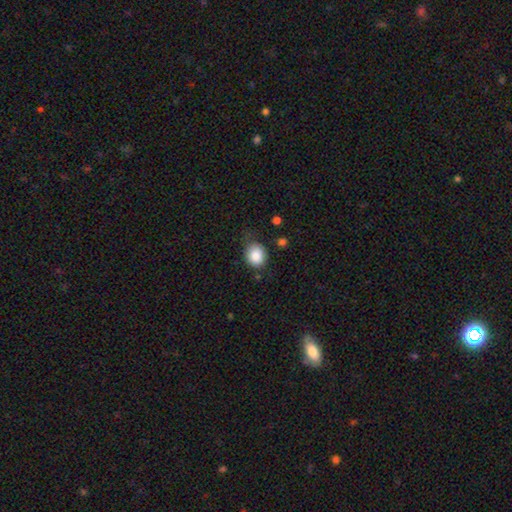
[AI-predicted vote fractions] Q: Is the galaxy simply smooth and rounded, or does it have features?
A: smooth — 85%.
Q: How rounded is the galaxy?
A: round — 62%.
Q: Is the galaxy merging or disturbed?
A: none — 66%.